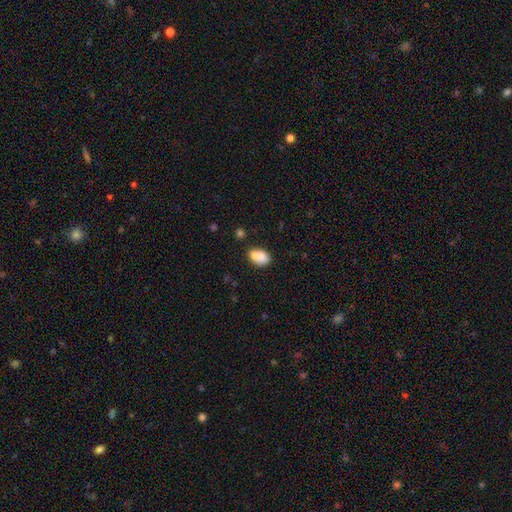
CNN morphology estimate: This appears to be a smooth galaxy with no disk features (75%) that is in between round and cigar-shaped (79%). Merging: none (41%).